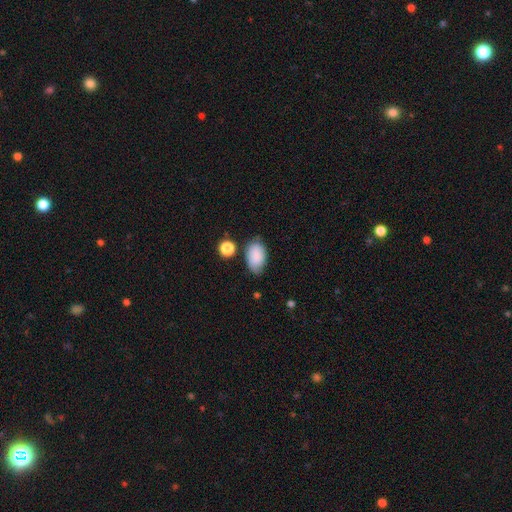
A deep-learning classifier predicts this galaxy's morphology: Q: Smooth or featured?
A: smooth (84%); runner-up: featured or disk (9%)
Q: How rounded?
A: in between (92%); runner-up: round (7%)
Q: Merging?
A: none (63%); runner-up: minor disturbance (26%)